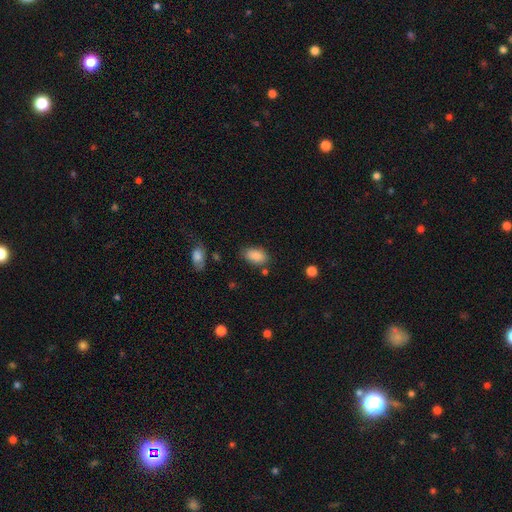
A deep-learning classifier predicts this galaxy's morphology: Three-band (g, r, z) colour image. It shows a smooth galaxy with no disk features (88%) that is in between round and cigar-shaped (92%). Merging: none (77%).